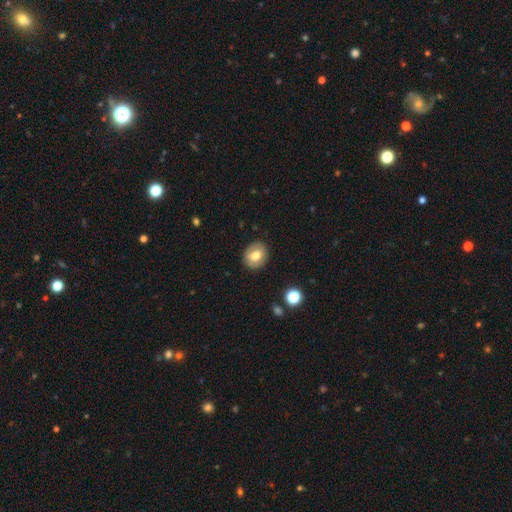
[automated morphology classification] Overall: smooth (68%). How rounded: round (73%). Merging: none (87%).